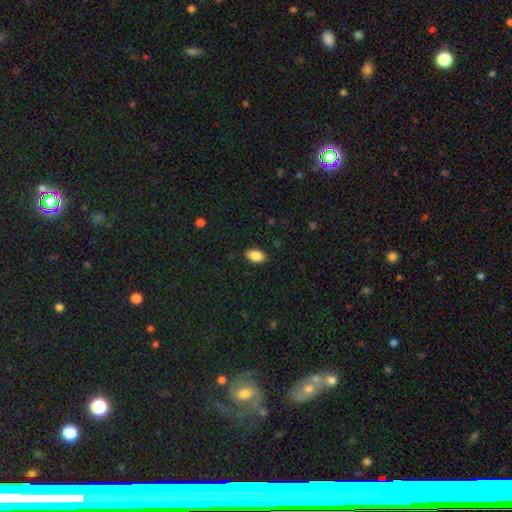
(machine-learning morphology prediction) type=smooth (87%); roundness=in between (92%); merging=none (87%).